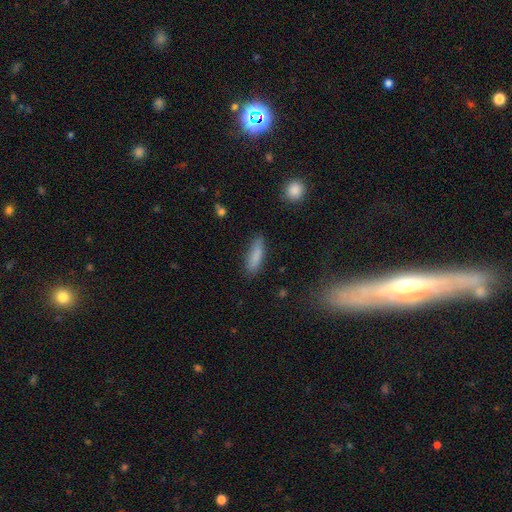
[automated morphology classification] type=smooth (85%); roundness=cigar-shaped (55%); merging=none (81%).